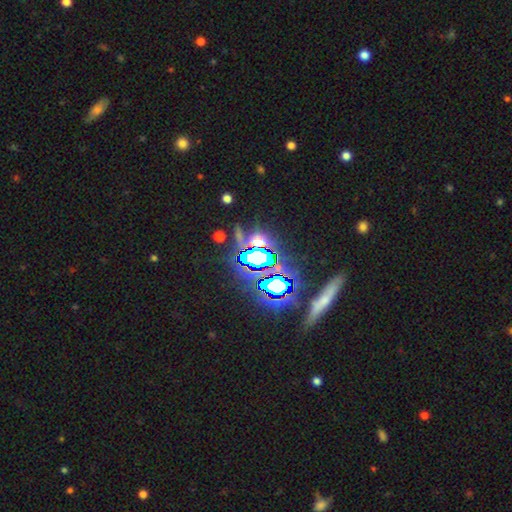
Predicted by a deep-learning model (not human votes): Smooth or featured: star or artifact — 74% (smooth — 14%)